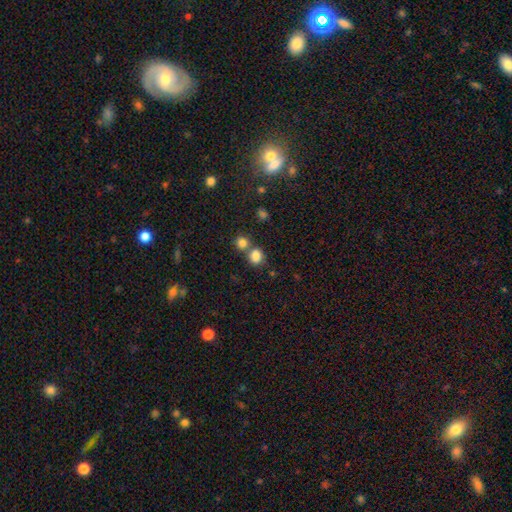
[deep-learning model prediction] This is clearly a smooth galaxy (83%). How rounded: likely round (73%). Merging: possibly none (52%).